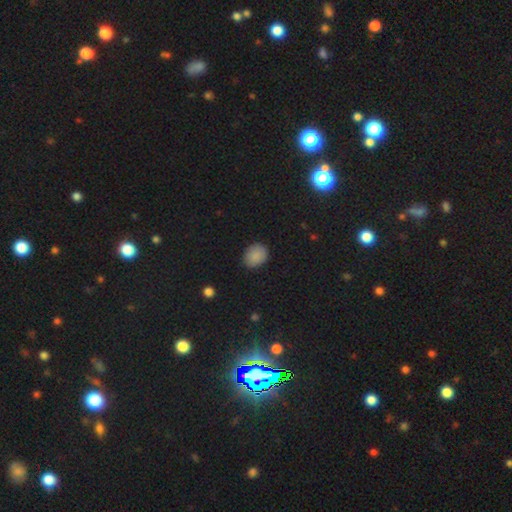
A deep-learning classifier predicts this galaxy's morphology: The model was most divided on "how rounded": in between: 51%, round: 48%, cigar-shaped: 1%. More confident: smooth or featured — smooth (87%); merging — none (86%).